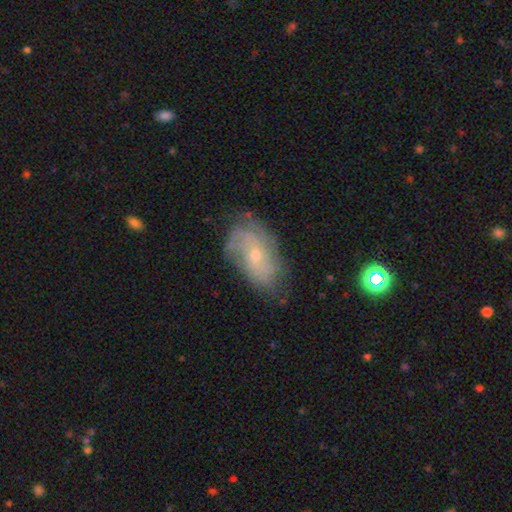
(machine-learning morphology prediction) smooth_or_featured: featured or disk (p=0.69) [alt: smooth p=0.23]
disk_edge_on: no (p=0.95) [alt: yes p=0.05]
bar: no (p=0.74) [alt: weak p=0.23]
has_spiral_arms: yes (p=0.84) [alt: no p=0.16]
spiral_winding: tight (p=0.42) [alt: medium p=0.38]
spiral_arm_count: can't tell (p=0.46) [alt: 2 p=0.21]
bulge_size: small (p=0.66) [alt: moderate p=0.31]
merging: none (p=0.63) [alt: minor disturbance p=0.25]